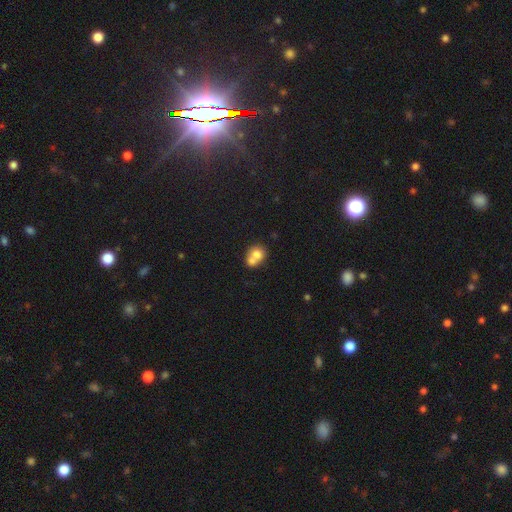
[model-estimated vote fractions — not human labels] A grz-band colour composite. It shows a smooth galaxy with no disk features (72%) that is round (70%). Merging: merger (63%).